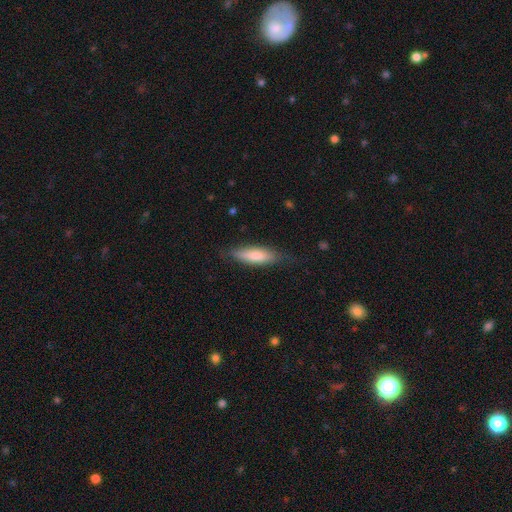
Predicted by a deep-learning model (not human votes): Overall: smooth (76%). How rounded: cigar-shaped (56%; in between 43%). Merging: none (75%).